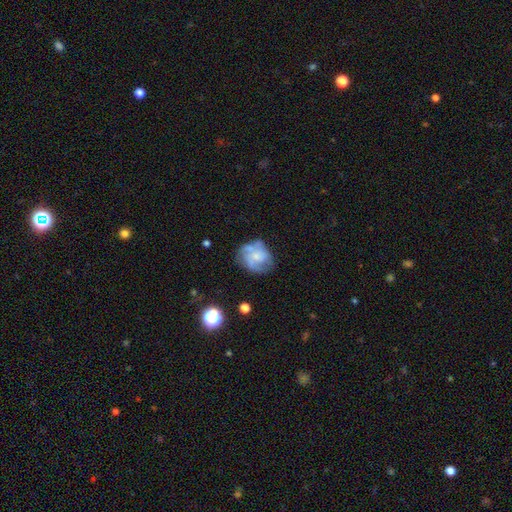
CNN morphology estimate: Q: Smooth or featured?
A: featured or disk (58%); runner-up: smooth (34%)
Q: Edge-on disk?
A: no (98%); runner-up: yes (2%)
Q: Bar?
A: no (74%); runner-up: weak (23%)
Q: Spiral arms?
A: yes (69%); runner-up: no (31%)
Q: Bulge size?
A: small (47%); runner-up: moderate (33%)
Q: Merging?
A: none (52%); runner-up: minor disturbance (25%)